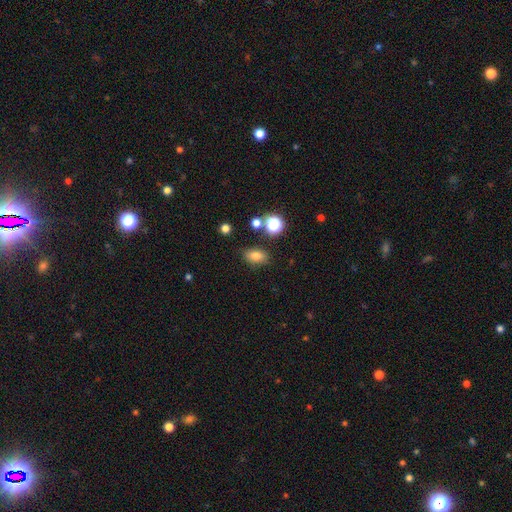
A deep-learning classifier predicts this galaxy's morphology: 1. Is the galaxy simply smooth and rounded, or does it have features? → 77% smooth, 14% star or artifact, 9% featured or disk.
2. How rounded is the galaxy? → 80% in between, 17% round, 3% cigar-shaped.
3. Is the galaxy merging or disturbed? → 81% none, 11% minor disturbance, 4% merger, 3% major disturbance.